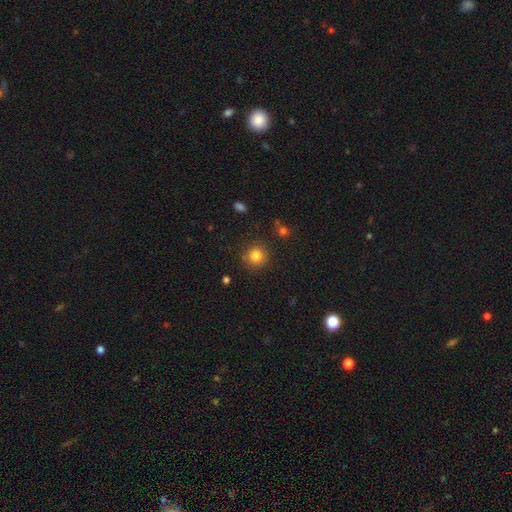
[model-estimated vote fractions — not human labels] The model was most divided on "smooth or featured": smooth: 82%, star or artifact: 12%, featured or disk: 6%. More confident: how rounded — round (93%); merging — none (86%).